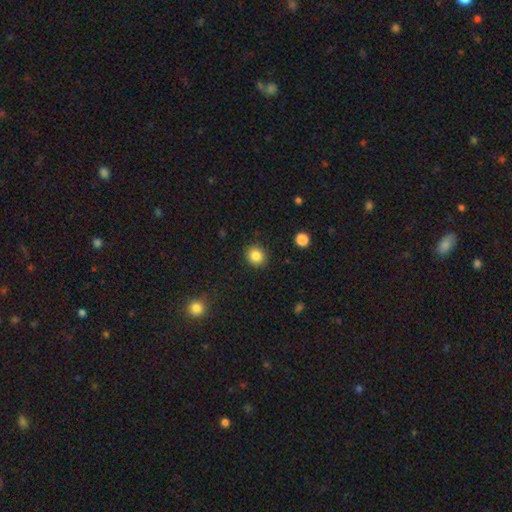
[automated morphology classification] Smooth or featured: smooth — 85% (star or artifact — 10%)
How rounded: round — 87% (in between — 12%)
Merging: none — 90% (minor disturbance — 7%)